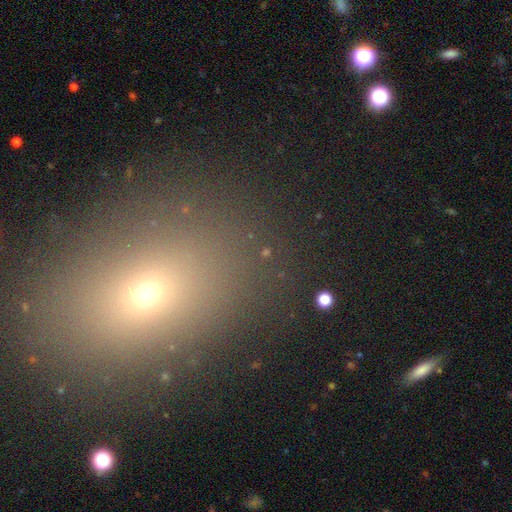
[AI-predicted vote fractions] smooth_or_featured: smooth (p=0.57) [alt: star or artifact p=0.31]
how_rounded: in between (p=0.57) [alt: round p=0.40]
merging: none (p=0.84) [alt: minor disturbance p=0.08]